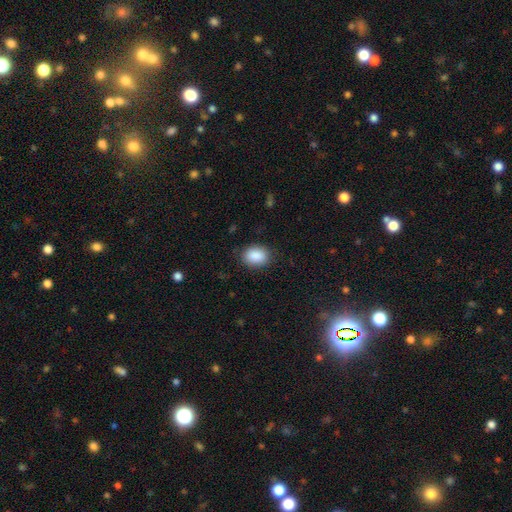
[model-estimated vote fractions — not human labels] smooth 89%, star or artifact 7%, featured or disk 4%. Down the decision tree: how rounded — in between (72%); merging — none (85%).